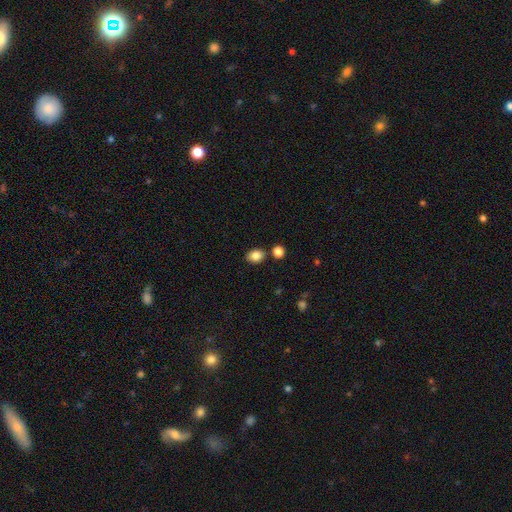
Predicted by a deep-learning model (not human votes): Morphology: type=smooth (85%); roundness=in between (62%); merging=none (77%).